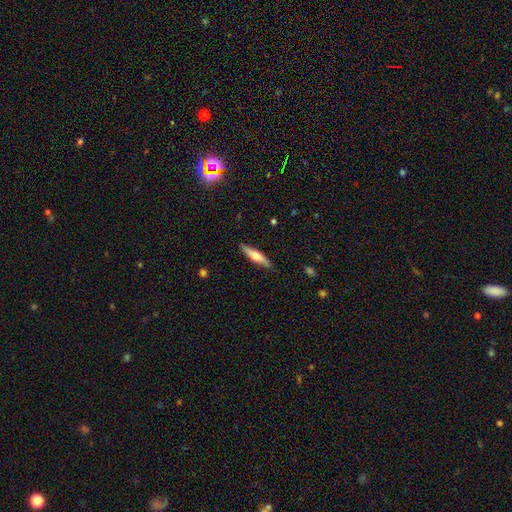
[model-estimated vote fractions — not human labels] Smooth or featured?
  - smooth: 52% *
  - featured or disk: 42%
  - star or artifact: 6%
How rounded?
  - cigar-shaped: 81% *
  - in between: 17%
  - round: 2%
Merging?
  - none: 89% *
  - minor disturbance: 8%
  - major disturbance: 2%
  - merger: 1%